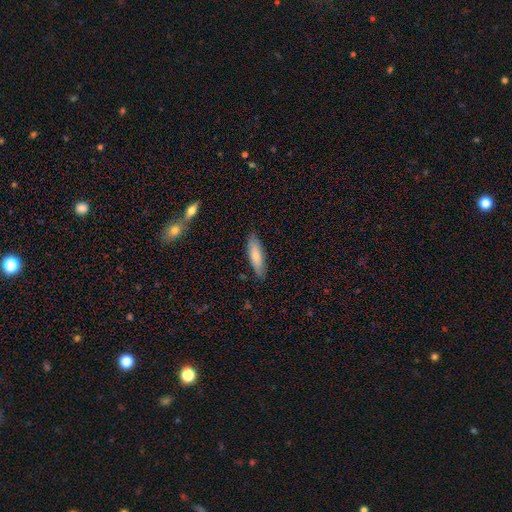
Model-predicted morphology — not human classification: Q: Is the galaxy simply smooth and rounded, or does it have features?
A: smooth — 78%.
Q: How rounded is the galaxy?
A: cigar-shaped — 59%.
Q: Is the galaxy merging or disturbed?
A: none — 85%.